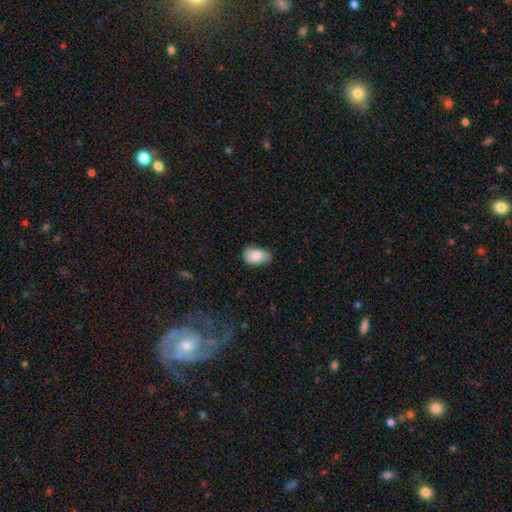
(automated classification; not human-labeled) Overall: smooth (82%). How rounded: in between (88%). Merging: none (60%; minor disturbance 32%).